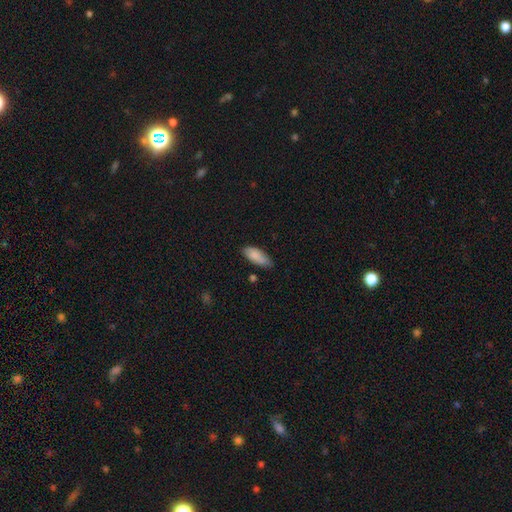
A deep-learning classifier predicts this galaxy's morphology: Smooth or featured? Predicted: smooth (p=0.85). How rounded? Predicted: in between (p=0.80). Merging? Predicted: none (p=0.69).